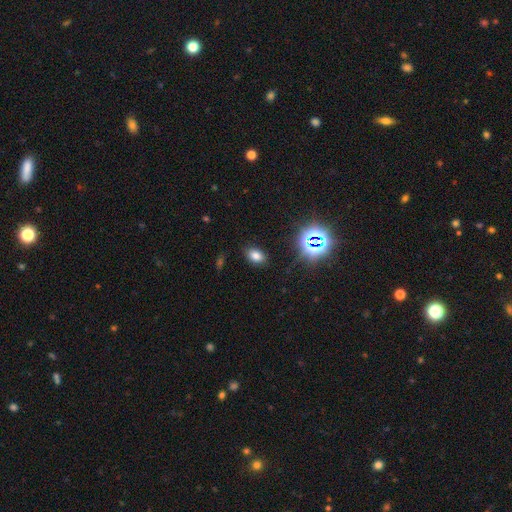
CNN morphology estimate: smooth_or_featured: smooth (p=0.72) [alt: star or artifact p=0.21]
how_rounded: in between (p=0.79) [alt: round p=0.20]
merging: none (p=0.86) [alt: minor disturbance p=0.10]